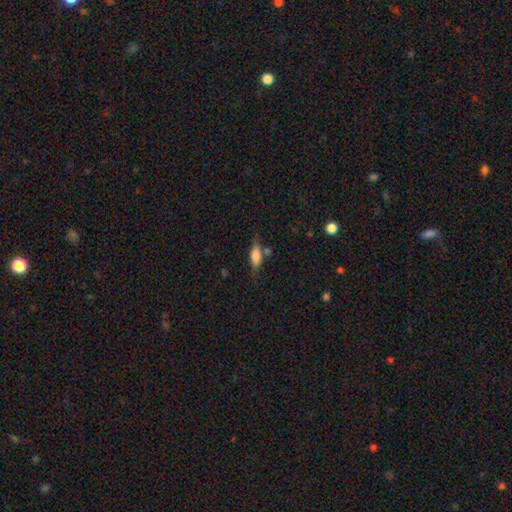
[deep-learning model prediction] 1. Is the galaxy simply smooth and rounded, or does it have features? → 74% smooth, 18% featured or disk, 8% star or artifact.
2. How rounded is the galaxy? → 73% in between, 24% cigar-shaped, 4% round.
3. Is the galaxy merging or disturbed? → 59% none, 24% minor disturbance, 10% merger, 8% major disturbance.